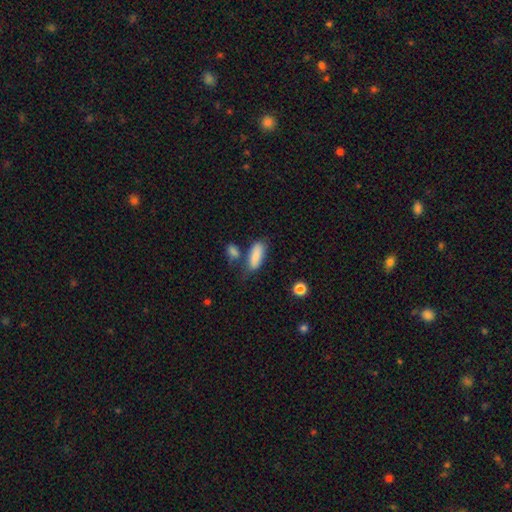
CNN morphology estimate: This appears to be a smooth galaxy with no disk features (87%) that is in between round and cigar-shaped (72%). Merging: none (61%).